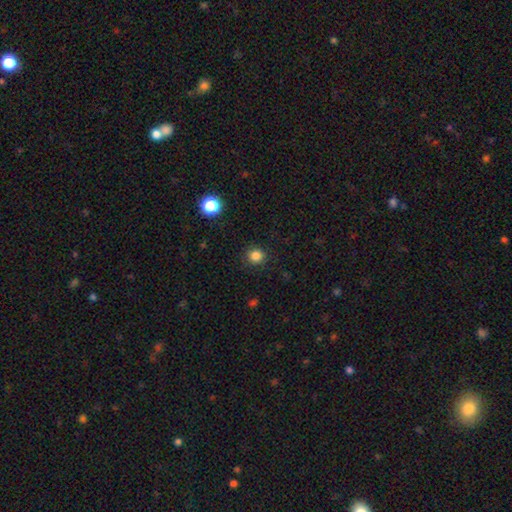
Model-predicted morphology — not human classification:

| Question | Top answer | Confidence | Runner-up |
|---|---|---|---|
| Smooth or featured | smooth | 84% | star or artifact (12%) |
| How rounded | round | 89% | in between (10%) |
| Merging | none | 89% | minor disturbance (7%) |